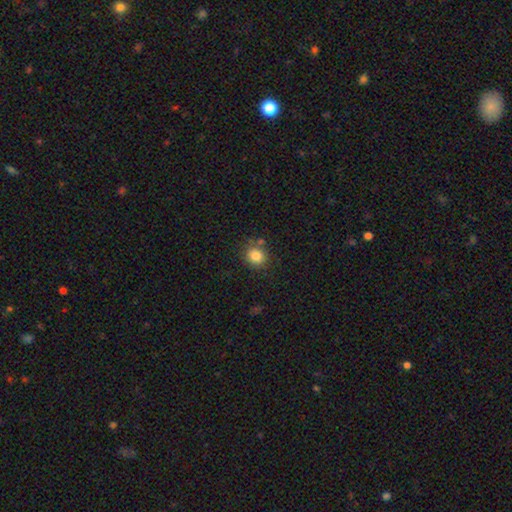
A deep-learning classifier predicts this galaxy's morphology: type=smooth (83%); roundness=round (81%); merging=none (77%).